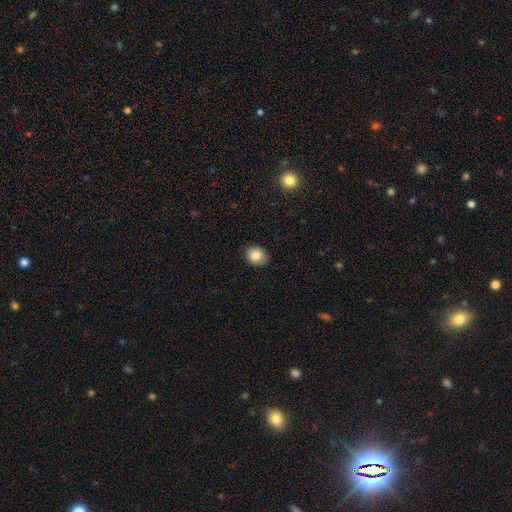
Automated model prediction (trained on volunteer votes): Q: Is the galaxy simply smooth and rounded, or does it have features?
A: smooth — 84%.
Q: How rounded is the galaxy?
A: round — 61%.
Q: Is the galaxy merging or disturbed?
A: none — 90%.